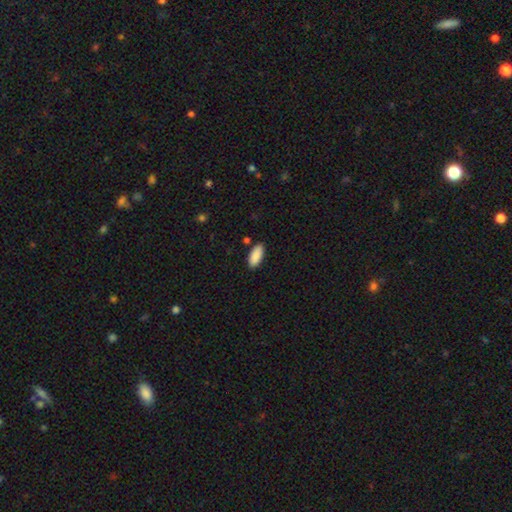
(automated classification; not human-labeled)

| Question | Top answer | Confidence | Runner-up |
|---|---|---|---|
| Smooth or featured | smooth | 90% | star or artifact (6%) |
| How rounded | in between | 87% | cigar-shaped (12%) |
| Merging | none | 86% | minor disturbance (9%) |